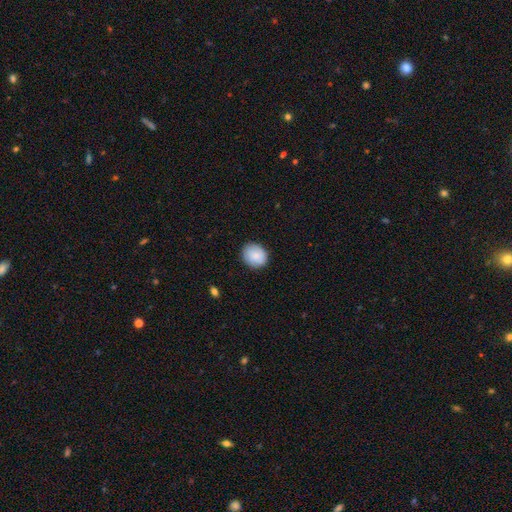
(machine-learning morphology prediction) Smooth or featured? smooth (84%)
How rounded? round (71%)
Merging? none (85%)